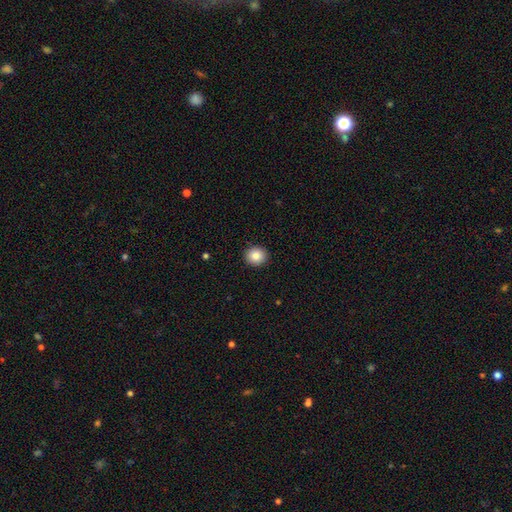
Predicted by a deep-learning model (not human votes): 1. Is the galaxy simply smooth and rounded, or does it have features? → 85% smooth, 9% star or artifact, 6% featured or disk.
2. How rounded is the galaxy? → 83% round, 16% in between, 1% cigar-shaped.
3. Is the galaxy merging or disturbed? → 92% none, 6% minor disturbance, 2% major disturbance, 1% merger.